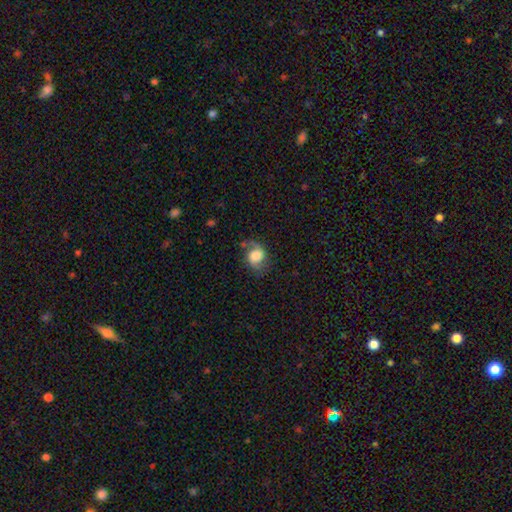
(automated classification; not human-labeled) A featured or disk galaxy (55%) with no bar (59%), spiral arms (89%) and a large central bulge (47%).

Vote fractions:
- Smooth or featured? featured or disk: 55% / smooth: 36% / star or artifact: 9%
- Edge-on disk? no: 97% / yes: 3%
- Bar? no: 59% / weak: 33% / strong: 8%
- Spiral arms? yes: 89% / no: 11%
- Bulge size? large: 47% / moderate: 26% / dominant: 13% / small: 9% / none: 6%
- Merging? none: 60% / minor disturbance: 23% / major disturbance: 14% / merger: 2%